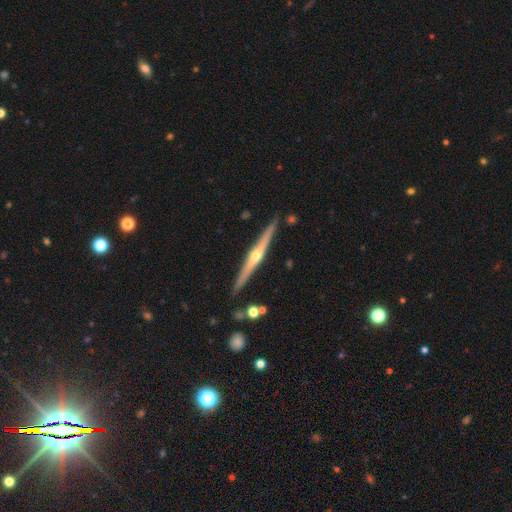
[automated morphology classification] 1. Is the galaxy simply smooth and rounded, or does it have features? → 82% featured or disk, 13% smooth, 5% star or artifact.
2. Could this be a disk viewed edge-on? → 98% yes, 2% no.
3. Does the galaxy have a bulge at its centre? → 90% rounded, 7% none, 3% boxy.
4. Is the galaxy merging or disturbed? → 90% none, 7% minor disturbance, 2% merger, 1% major disturbance.